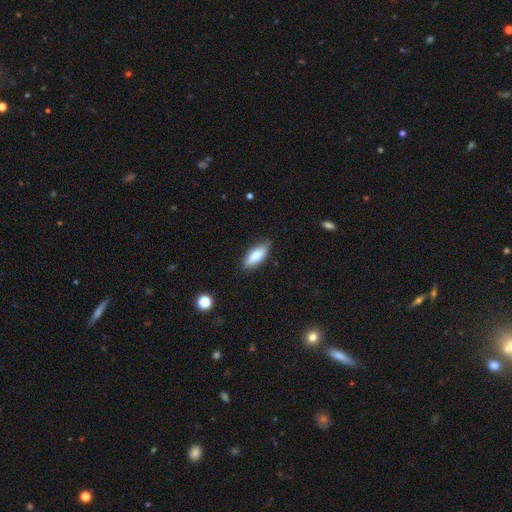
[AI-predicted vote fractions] smooth_or_featured: smooth (p=0.71) [alt: featured or disk p=0.22]
how_rounded: in between (p=0.74) [alt: cigar-shaped p=0.24]
merging: none (p=0.84) [alt: minor disturbance p=0.13]